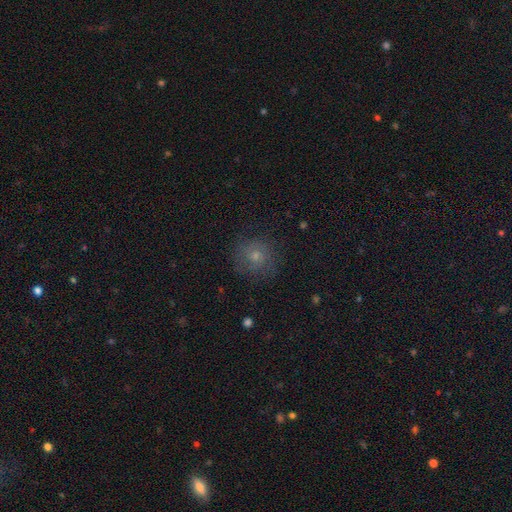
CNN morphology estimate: A smooth galaxy with no disk features (59%) that is round (89%). Merging: none (78%).